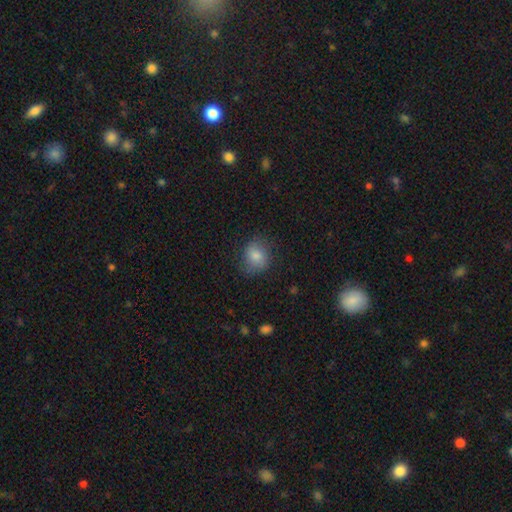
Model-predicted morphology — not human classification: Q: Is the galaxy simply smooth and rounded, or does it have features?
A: smooth — 78%.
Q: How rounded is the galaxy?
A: round — 59%.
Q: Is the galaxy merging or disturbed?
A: none — 75%.